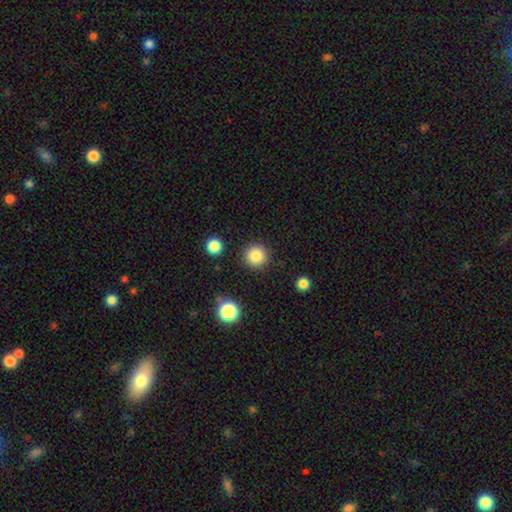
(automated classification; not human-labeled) Smooth or featured: smooth — 85% (star or artifact — 11%)
How rounded: round — 95% (in between — 4%)
Merging: none — 90% (minor disturbance — 6%)